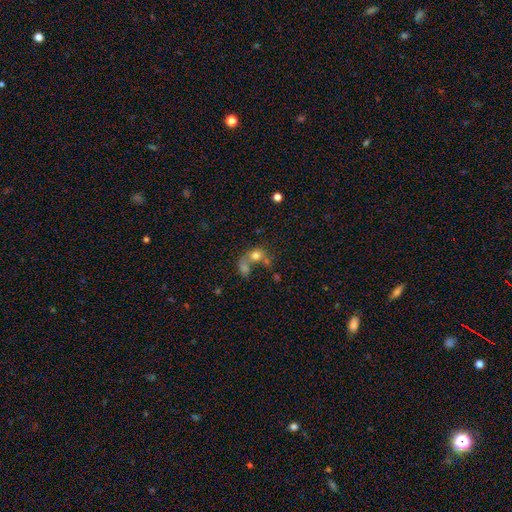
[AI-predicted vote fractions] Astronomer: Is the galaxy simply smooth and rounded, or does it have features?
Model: smooth — 70%.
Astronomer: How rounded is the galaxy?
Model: round — 60% (runner-up: in between, 39%).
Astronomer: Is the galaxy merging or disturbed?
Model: merger — 61%.